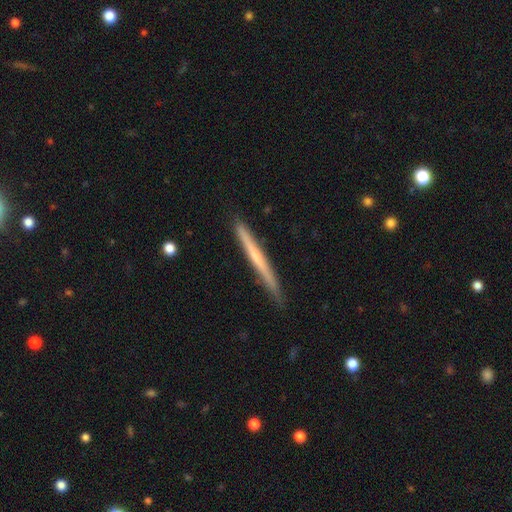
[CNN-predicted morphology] featured or disk 55%, smooth 40%, star or artifact 6%. Down the decision tree: edge-on disk — yes (97%); edge-on bulge — none (69%); merging — none (86%).